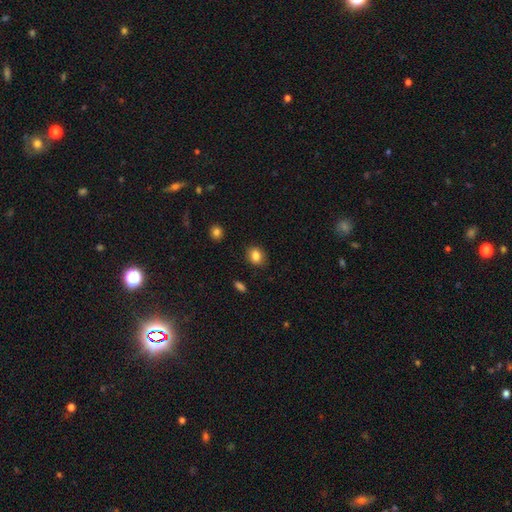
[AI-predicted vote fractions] smooth_or_featured: smooth (p=0.84) [alt: star or artifact p=0.10]
how_rounded: round (p=0.51) [alt: in between p=0.48]
merging: none (p=0.87) [alt: minor disturbance p=0.10]